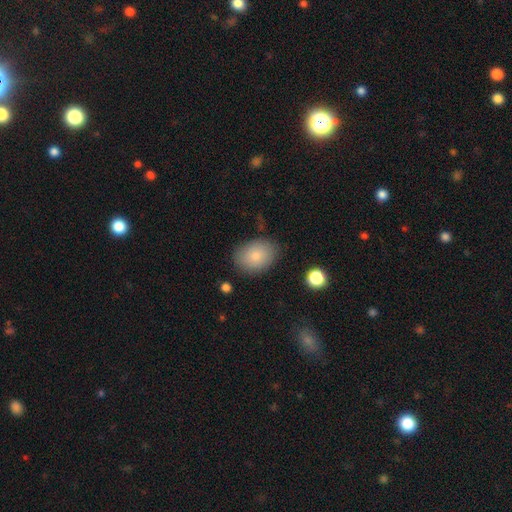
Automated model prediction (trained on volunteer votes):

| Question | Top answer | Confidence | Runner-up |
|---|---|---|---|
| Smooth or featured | smooth | 83% | featured or disk (10%) |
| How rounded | in between | 74% | round (25%) |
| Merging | none | 80% | minor disturbance (14%) |